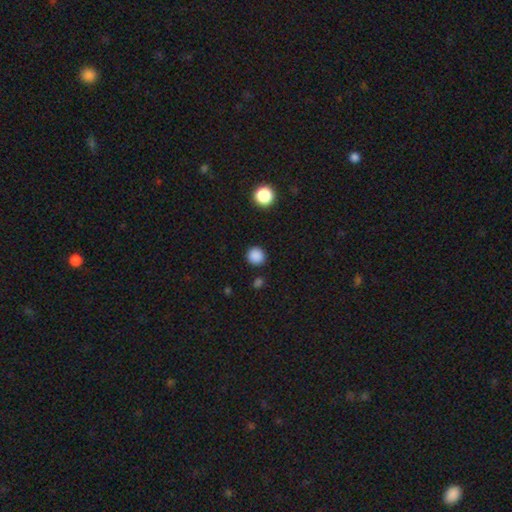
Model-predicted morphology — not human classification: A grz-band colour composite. It shows a smooth galaxy with no disk features (86%) that is round (93%). Merging: none (90%).